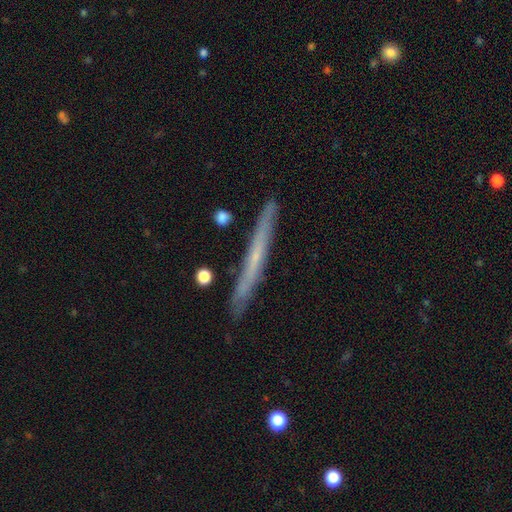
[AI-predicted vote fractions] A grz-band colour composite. It shows a featured or disk galaxy (55%) viewed edge-on (94%) with no central bulge (78%). Merging: none (87%).